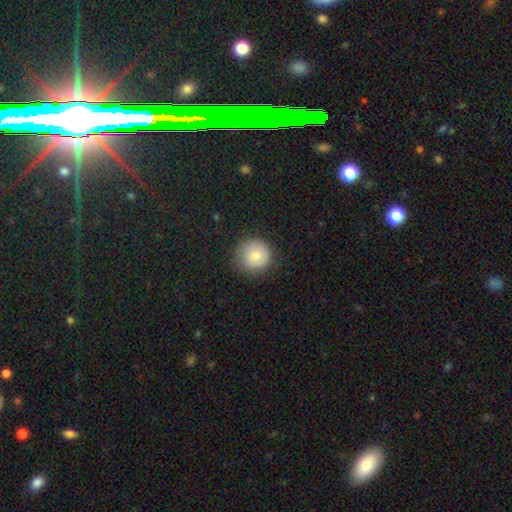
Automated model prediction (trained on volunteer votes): Overall: smooth (78%). How rounded: round (94%). Merging: none (82%).